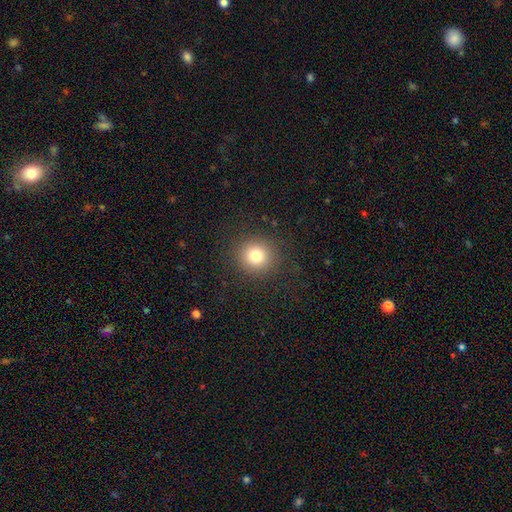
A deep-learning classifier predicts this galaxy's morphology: smooth 80%, star or artifact 13%, featured or disk 8%. Down the decision tree: how rounded — round (91%); merging — none (88%).